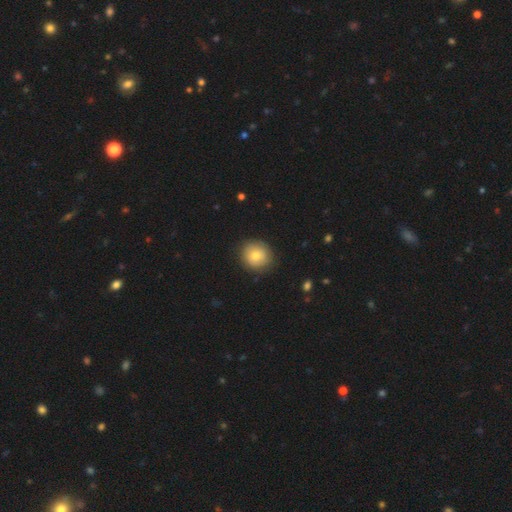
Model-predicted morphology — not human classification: A smooth galaxy with no disk features (76%) that is round (86%).

Vote fractions:
- Smooth or featured? smooth: 76% / featured or disk: 15% / star or artifact: 8%
- How rounded? round: 86% / in between: 13% / cigar-shaped: 1%
- Merging? none: 86% / minor disturbance: 10% / major disturbance: 3% / merger: 1%